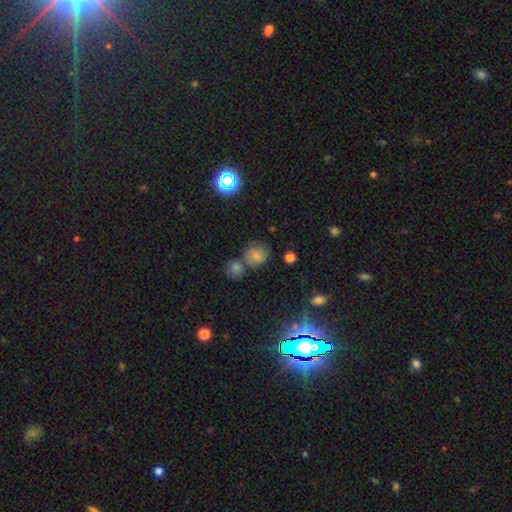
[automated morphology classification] A smooth galaxy with no disk features (69%) that is round (74%). Merging: none (55%).